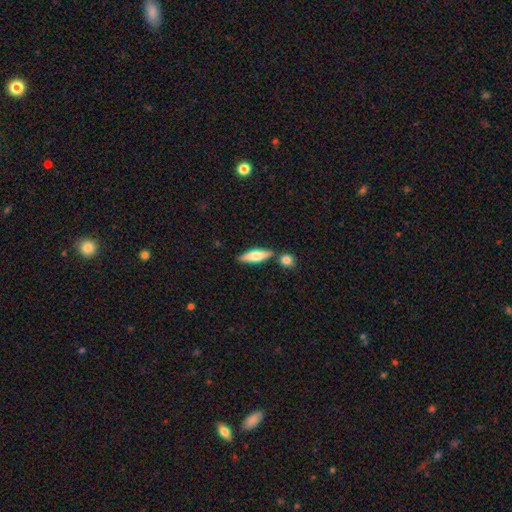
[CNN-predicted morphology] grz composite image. It shows a smooth galaxy with no disk features (59%) that is cigar-shaped (52%). Merging: none (74%).